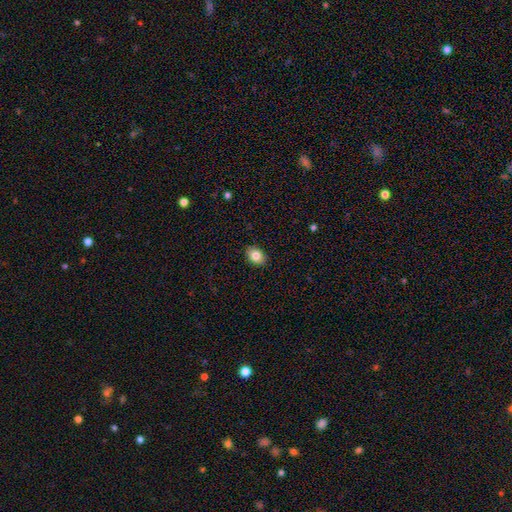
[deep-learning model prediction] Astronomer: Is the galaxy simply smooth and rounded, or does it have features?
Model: smooth — 83%.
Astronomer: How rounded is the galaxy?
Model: in between — 71%.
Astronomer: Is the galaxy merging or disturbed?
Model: none — 89%.